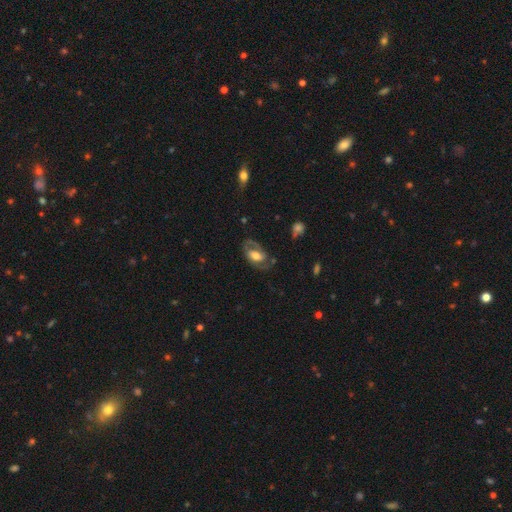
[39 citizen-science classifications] Smooth or featured?
  - featured or disk: 62% *
  - smooth: 33%
  - star or artifact: 5%
Edge-on disk?
  - no: 100% *
  - yes: 0%
Bar?
  - no: 58% *
  - weak: 33%
  - strong: 8%
Spiral arms?
  - no: 54% *
  - yes: 46%
Bulge size?
  - moderate: 75% *
  - large: 12%
  - small: 8%
  - none: 4%
  - dominant: 0%
Merging?
  - none: 59% *
  - major disturbance: 22%
  - minor disturbance: 19%
  - merger: 0%